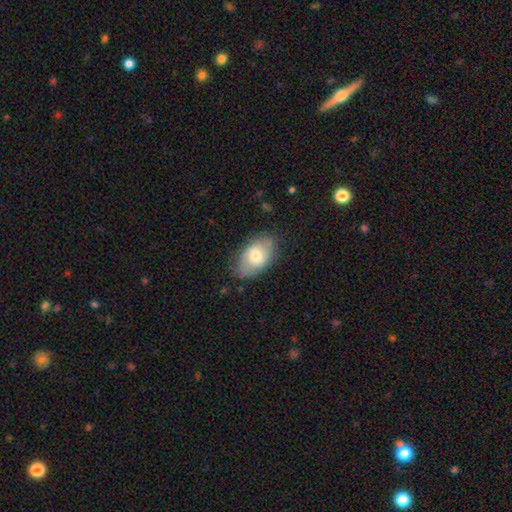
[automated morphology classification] smooth_or_featured: smooth (p=0.69) [alt: featured or disk p=0.24]
how_rounded: in between (p=0.91) [alt: round p=0.08]
merging: none (p=0.74) [alt: minor disturbance p=0.20]